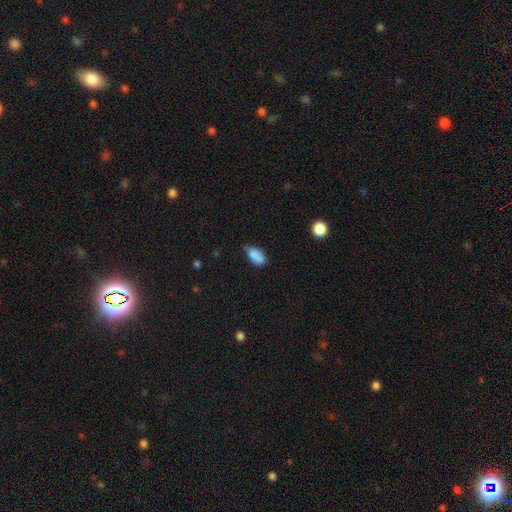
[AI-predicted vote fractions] smooth_or_featured: smooth (p=0.84) [alt: star or artifact p=0.09]
how_rounded: in between (p=0.91) [alt: round p=0.05]
merging: none (p=0.51) [alt: minor disturbance p=0.38]